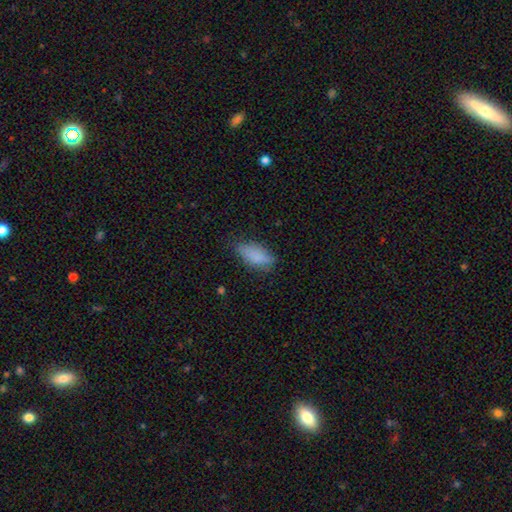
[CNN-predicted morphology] A smooth galaxy with no disk features (84%) that is in between round and cigar-shaped (85%).

Vote fractions:
- Smooth or featured? smooth: 84% / featured or disk: 9% / star or artifact: 8%
- How rounded? in between: 85% / cigar-shaped: 13% / round: 3%
- Merging? none: 70% / minor disturbance: 23% / major disturbance: 5% / merger: 1%